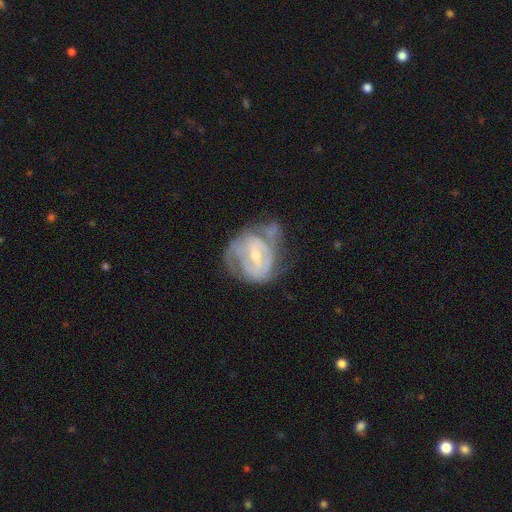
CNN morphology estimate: smooth-or-featured: featured or disk: 77% | smooth: 17% | star or artifact: 6%
  disk-edge-on: no: 97% | yes: 3%
    bar: weak: 50% | no: 26% | strong: 24%
    has-spiral-arms: yes: 71% | no: 29%
      spiral-winding: tight: 54% | medium: 33% | loose: 13%
      spiral-arm-count: can't tell: 44% | 2: 34% | 3: 10% | 1: 7% | 4: 3% | more than 4: 2%
    bulge-size: small: 50% | moderate: 46% | large: 2% | none: 2% | dominant: 1%
  merging: none: 39% | major disturbance: 27% | minor disturbance: 26% | merger: 8%